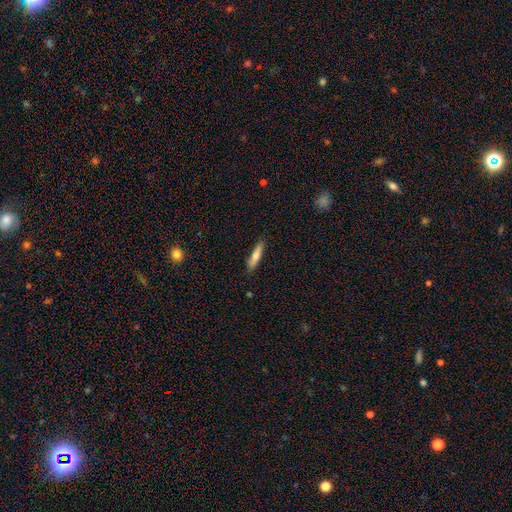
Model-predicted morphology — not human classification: This appears to be a smooth galaxy with no disk features (71%) that is cigar-shaped (80%). Merging: none (87%).